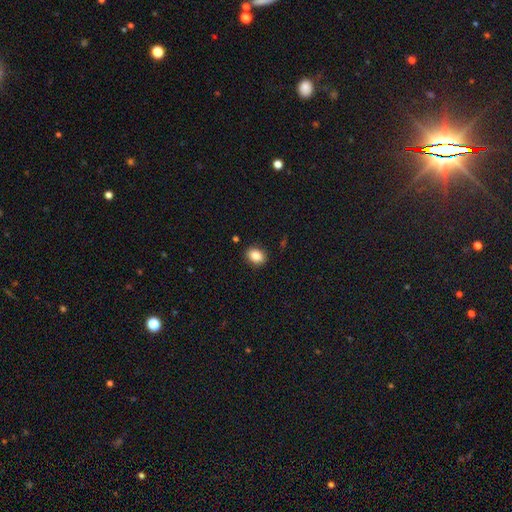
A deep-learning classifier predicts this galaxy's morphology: Overall: smooth (86%). How rounded: in between (67%; round 32%). Merging: none (89%).